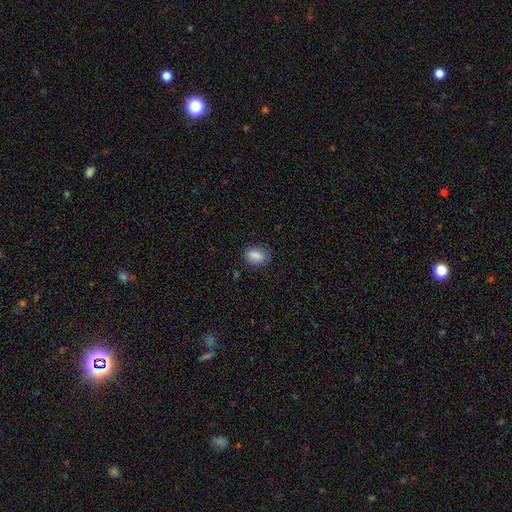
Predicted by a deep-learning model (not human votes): Smooth or featured?
  - smooth: 86% *
  - star or artifact: 8%
  - featured or disk: 6%
How rounded?
  - in between: 81% *
  - round: 16%
  - cigar-shaped: 3%
Merging?
  - none: 81% *
  - minor disturbance: 14%
  - major disturbance: 3%
  - merger: 1%